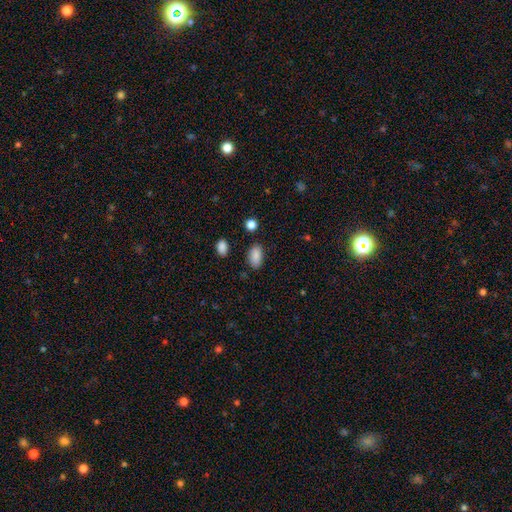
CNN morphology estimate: type=smooth (86%); roundness=in between (92%); merging=none (80%).